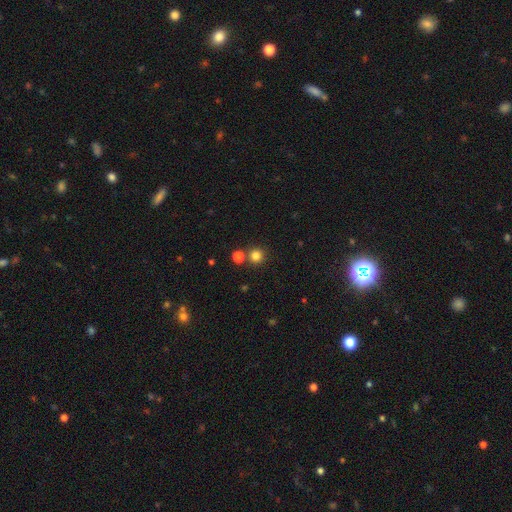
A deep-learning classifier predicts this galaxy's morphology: The model was most divided on "merging": none: 76%, merger: 15%, minor disturbance: 6%, major disturbance: 3%. More confident: how rounded — round (94%); smooth or featured — smooth (80%).